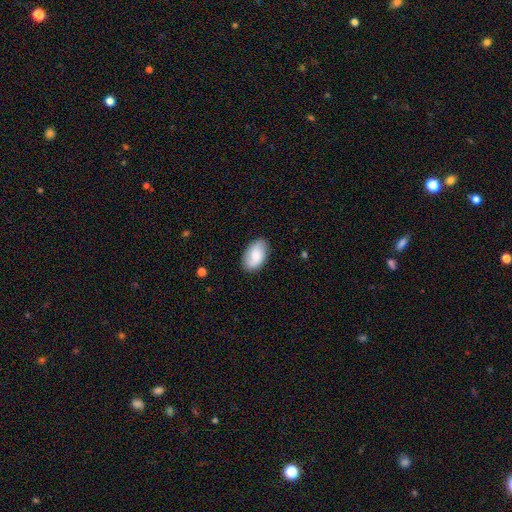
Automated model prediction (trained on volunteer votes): The model was most divided on "smooth or featured": smooth: 75%, featured or disk: 19%, star or artifact: 6%. More confident: how rounded — in between (93%); merging — none (84%).